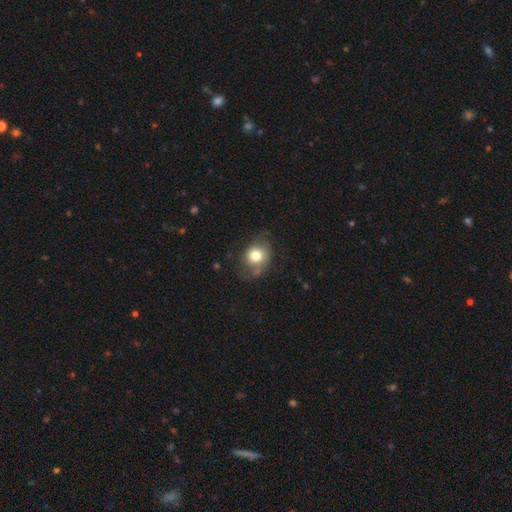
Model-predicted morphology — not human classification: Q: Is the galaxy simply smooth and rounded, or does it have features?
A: smooth — 75%.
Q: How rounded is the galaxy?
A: round — 62%.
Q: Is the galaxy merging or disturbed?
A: none — 55%.